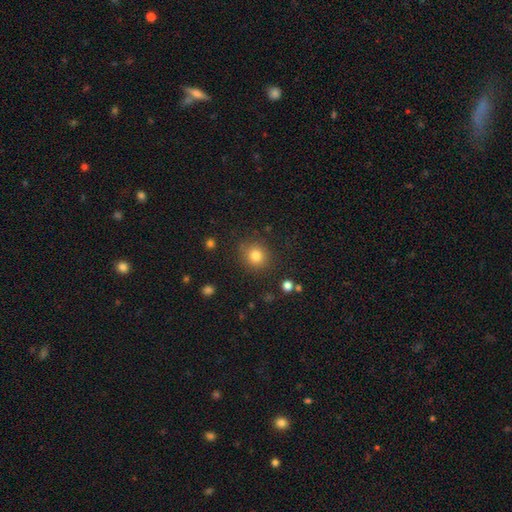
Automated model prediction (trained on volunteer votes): smooth-or-featured: smooth: 81% | star or artifact: 12% | featured or disk: 7%
  how-rounded: round: 83% | in between: 16% | cigar-shaped: 1%
  merging: none: 85% | minor disturbance: 9% | major disturbance: 3% | merger: 2%